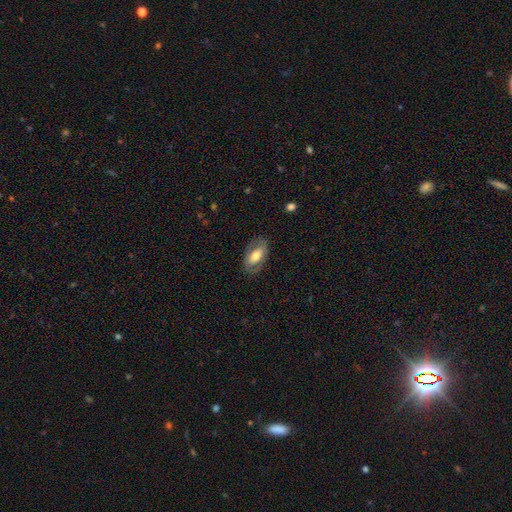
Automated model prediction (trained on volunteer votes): Smooth or featured: smooth — 50% (featured or disk — 44%)
How rounded: in between — 91% (round — 6%)
Merging: none — 77% (minor disturbance — 15%)